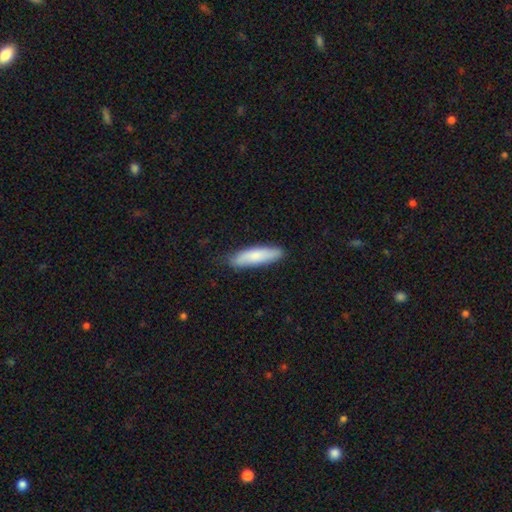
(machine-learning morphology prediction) This appears to be a smooth galaxy with no disk features (81%) that is cigar-shaped (68%). Merging: none (83%).